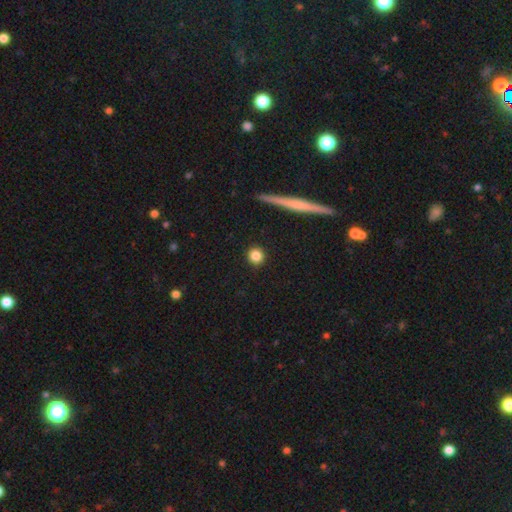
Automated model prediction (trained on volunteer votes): This appears to be a smooth galaxy with no disk features (84%) that is round (94%). Merging: none (92%).